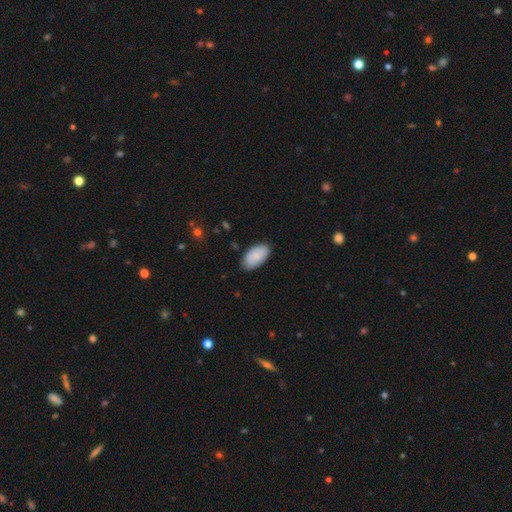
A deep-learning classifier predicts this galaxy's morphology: Smooth or featured? Predicted: smooth (p=0.85). How rounded? Predicted: in between (p=0.95). Merging? Predicted: none (p=0.82).